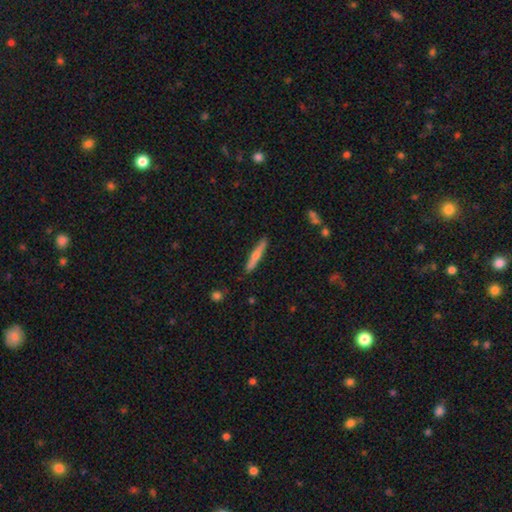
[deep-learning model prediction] A smooth galaxy with no disk features (61%) that is cigar-shaped (93%). Merging: none (87%).